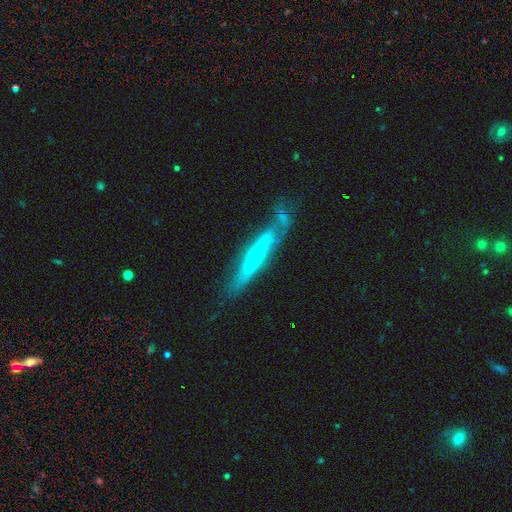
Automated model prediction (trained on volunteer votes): smooth_or_featured: featured or disk (p=0.62) [alt: smooth p=0.32]
disk_edge_on: yes (p=0.70) [alt: no p=0.30]
merging: none (p=0.58) [alt: minor disturbance p=0.24]